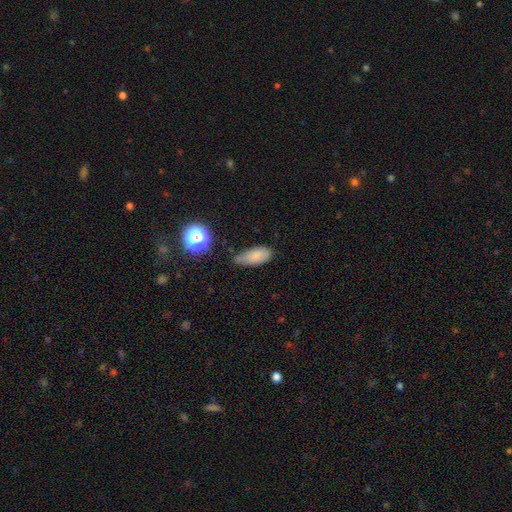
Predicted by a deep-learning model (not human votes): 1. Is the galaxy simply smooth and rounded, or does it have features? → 79% smooth, 11% featured or disk, 10% star or artifact.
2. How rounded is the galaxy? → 84% in between, 12% cigar-shaped, 4% round.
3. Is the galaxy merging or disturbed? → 43% none, 40% minor disturbance, 10% major disturbance, 6% merger.